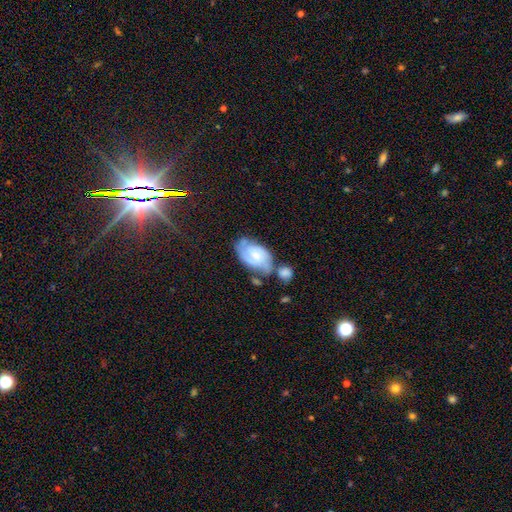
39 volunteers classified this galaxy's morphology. This is likely a featured or disk galaxy (79%). It is clearly not viewed edge-on (97%). Bar: possibly no (50%). Spiral arm pattern: clearly yes (93%). Spiral arm count: likely 2 (61%). Spiral winding: possibly medium (50%). Central bulge: possibly small (57%). Merging: marginally none (32%, tied with minor disturbance).